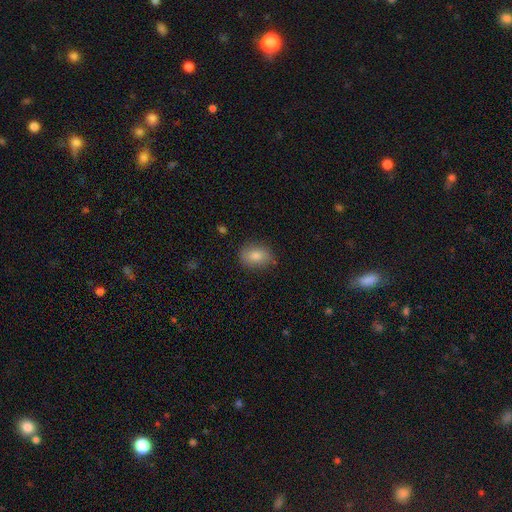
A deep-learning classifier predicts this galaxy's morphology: smooth 81%, featured or disk 10%, star or artifact 9%. Down the decision tree: how rounded — in between (66%); merging — none (81%).